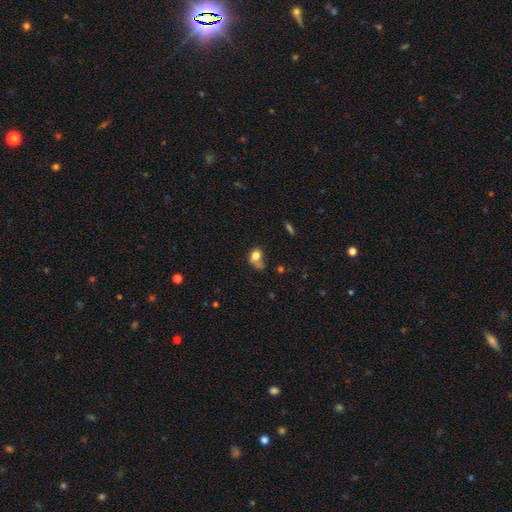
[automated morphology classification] type=smooth (77%); roundness=in between (53%); merging=none (32%).